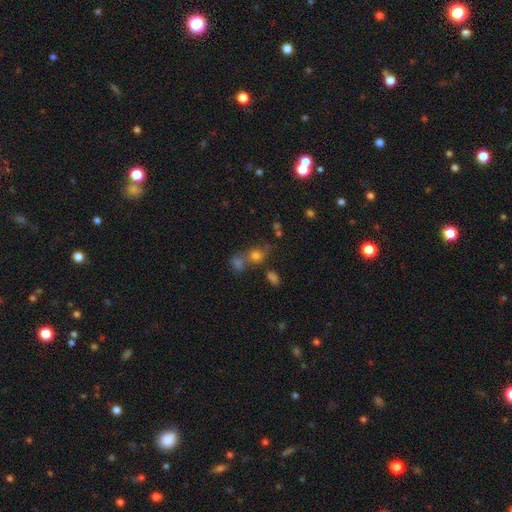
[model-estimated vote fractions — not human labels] Smooth or featured? Predicted: smooth (p=0.70). How rounded? Predicted: round (p=0.66). Merging? Predicted: none (p=0.41, tied with merger).